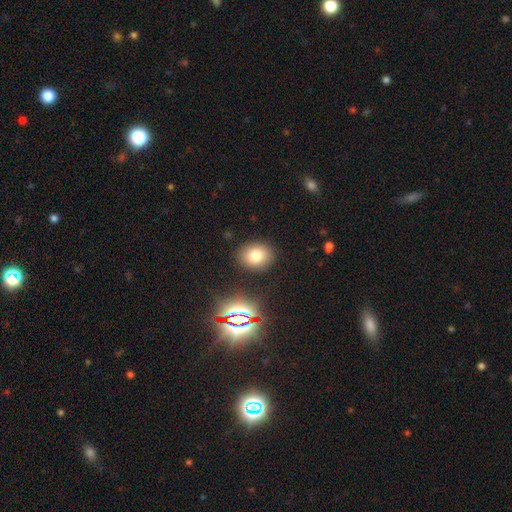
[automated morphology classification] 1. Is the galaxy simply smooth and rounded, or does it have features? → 75% smooth, 15% star or artifact, 9% featured or disk.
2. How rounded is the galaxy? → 51% round, 48% in between, 1% cigar-shaped.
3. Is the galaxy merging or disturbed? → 87% none, 8% minor disturbance, 3% major disturbance, 2% merger.